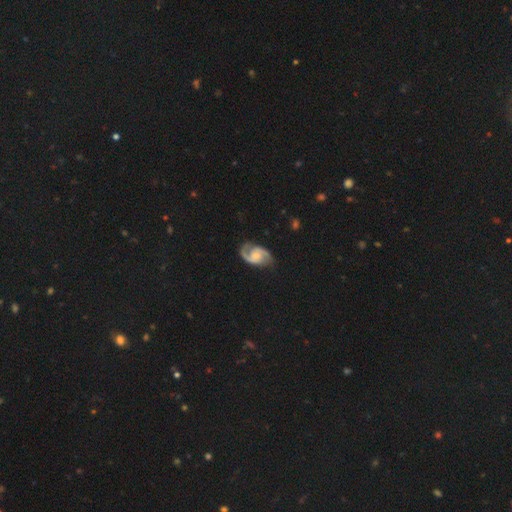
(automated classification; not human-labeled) Smooth or featured? Predicted: featured or disk (p=0.88). Edge-on disk? Predicted: no (p=0.98). Bar? Predicted: no (p=0.55). Spiral arms? Predicted: yes (p=0.97). Spiral winding? Predicted: medium (p=0.56). Spiral arm count? Predicted: 2 (p=0.92). Bulge size? Predicted: small (p=0.46). Merging? Predicted: none (p=0.75).